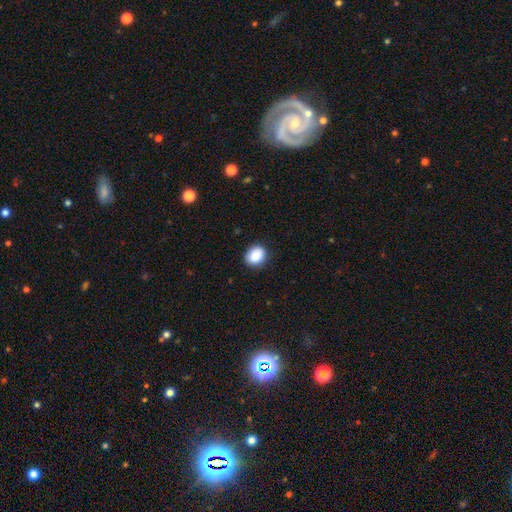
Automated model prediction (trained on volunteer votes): Smooth or featured? smooth (88%)
How rounded? round (50%)
Merging? none (86%)